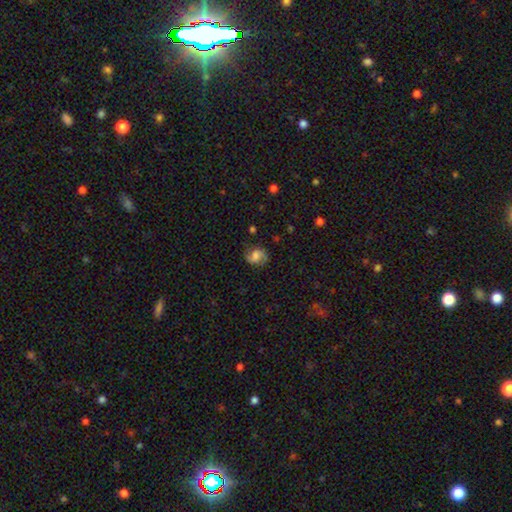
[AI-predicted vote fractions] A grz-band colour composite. It shows a featured or disk galaxy (53%) with no bar (45%), spiral arms (90%) and a moderate central bulge (46%). Merging: none (75%).